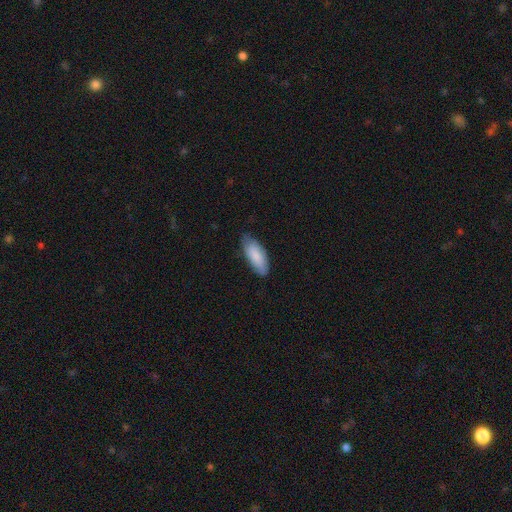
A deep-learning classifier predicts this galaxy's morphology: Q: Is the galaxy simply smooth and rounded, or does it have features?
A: smooth — 83%.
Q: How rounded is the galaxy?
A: in between — 79%.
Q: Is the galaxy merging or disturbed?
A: none — 73%.